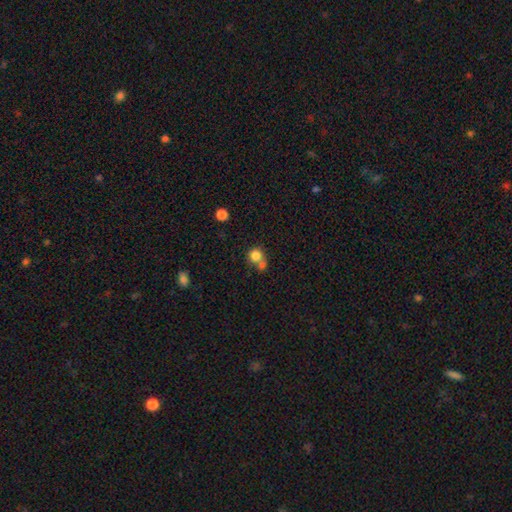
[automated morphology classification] A smooth galaxy with no disk features (80%) that is round (86%). Merging: merger (44%).